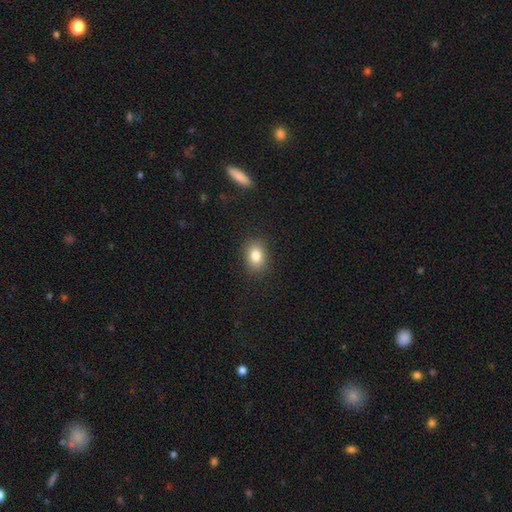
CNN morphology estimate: Smooth or featured: smooth — 83% (star or artifact — 10%)
How rounded: in between — 66% (round — 33%)
Merging: none — 88% (minor disturbance — 8%)